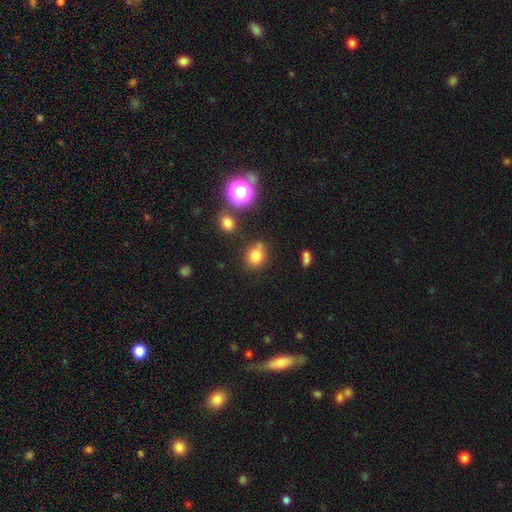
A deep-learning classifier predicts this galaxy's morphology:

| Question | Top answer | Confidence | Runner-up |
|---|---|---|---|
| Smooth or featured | smooth | 79% | star or artifact (14%) |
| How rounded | round | 67% | in between (32%) |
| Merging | none | 67% | minor disturbance (17%) |